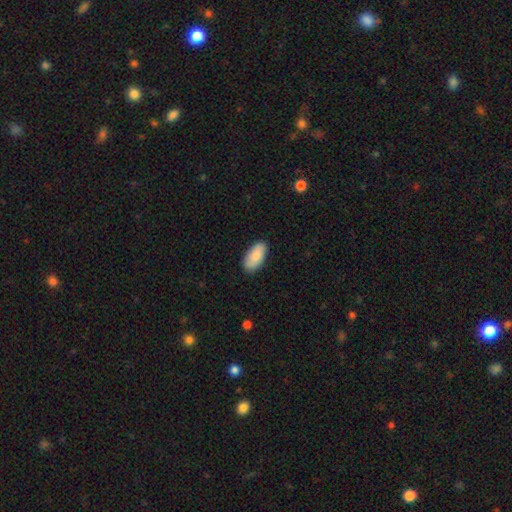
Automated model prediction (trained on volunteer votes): Smooth or featured?
  - smooth: 85% *
  - featured or disk: 9%
  - star or artifact: 6%
How rounded?
  - in between: 92% *
  - cigar-shaped: 6%
  - round: 2%
Merging?
  - none: 85% *
  - minor disturbance: 12%
  - major disturbance: 2%
  - merger: 1%